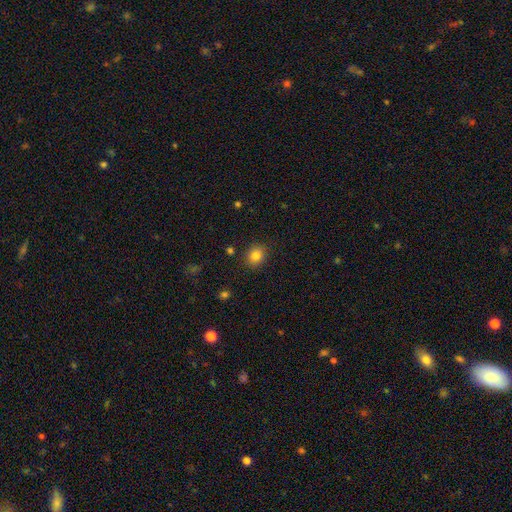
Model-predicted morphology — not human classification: smooth 81%, star or artifact 12%, featured or disk 7%. Down the decision tree: how rounded — round (77%); merging — none (88%).